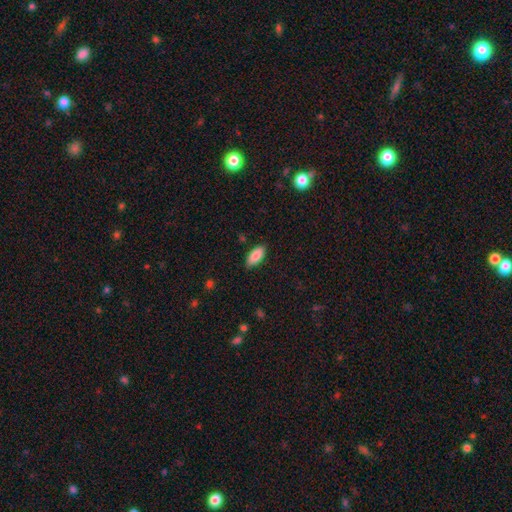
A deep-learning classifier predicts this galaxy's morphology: Smooth or featured? Predicted: smooth (p=0.86). How rounded? Predicted: in between (p=0.89). Merging? Predicted: none (p=0.85).